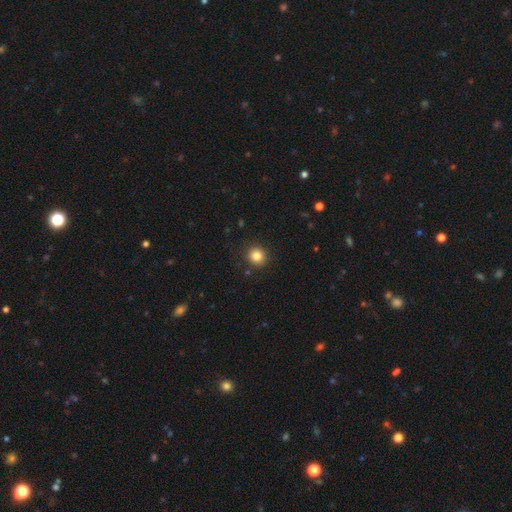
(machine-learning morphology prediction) A smooth galaxy with no disk features (84%) that is round (91%).

Vote fractions:
- Smooth or featured? smooth: 84% / star or artifact: 12% / featured or disk: 5%
- How rounded? round: 91% / in between: 8% / cigar-shaped: 1%
- Merging? none: 90% / minor disturbance: 6% / major disturbance: 2% / merger: 1%